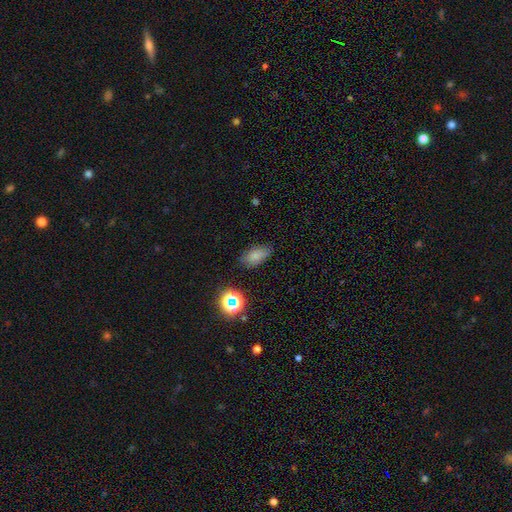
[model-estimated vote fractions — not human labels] Overall: smooth (75%). How rounded: in between (88%). Merging: none (76%).